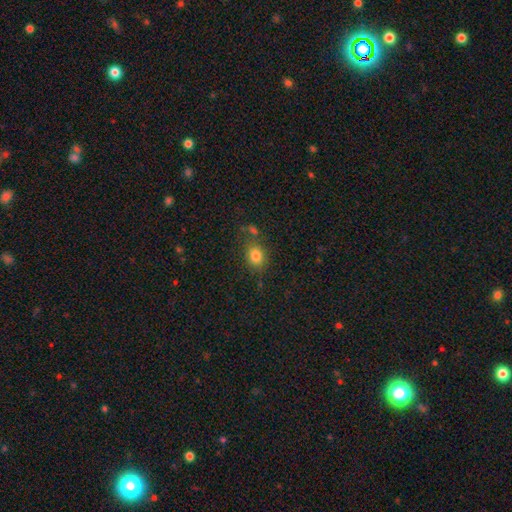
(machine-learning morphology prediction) A smooth galaxy with no disk features (81%) that is in between round and cigar-shaped (56%). Merging: none (69%).